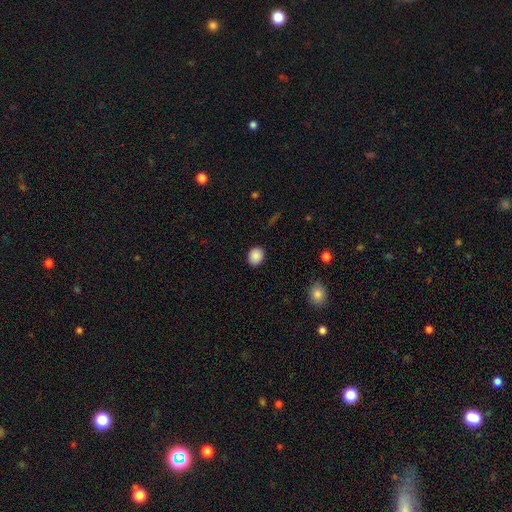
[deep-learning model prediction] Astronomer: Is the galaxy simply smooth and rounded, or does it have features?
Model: smooth — 89%.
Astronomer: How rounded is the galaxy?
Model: round — 59% (runner-up: in between, 40%).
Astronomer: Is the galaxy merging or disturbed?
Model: none — 90%.